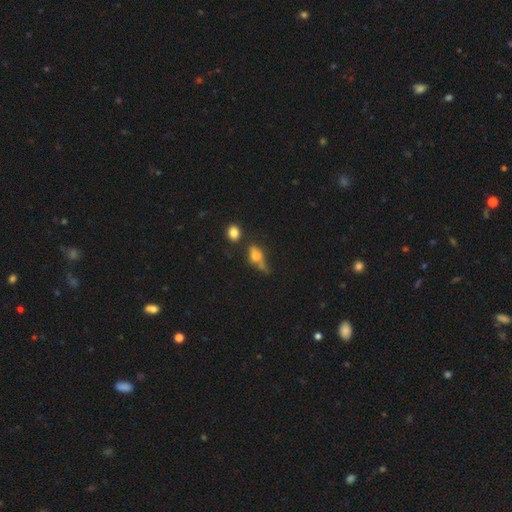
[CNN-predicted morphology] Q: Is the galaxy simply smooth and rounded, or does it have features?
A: smooth — 57%.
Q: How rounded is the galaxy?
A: in between — 61%.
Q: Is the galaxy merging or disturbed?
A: none — 35%.